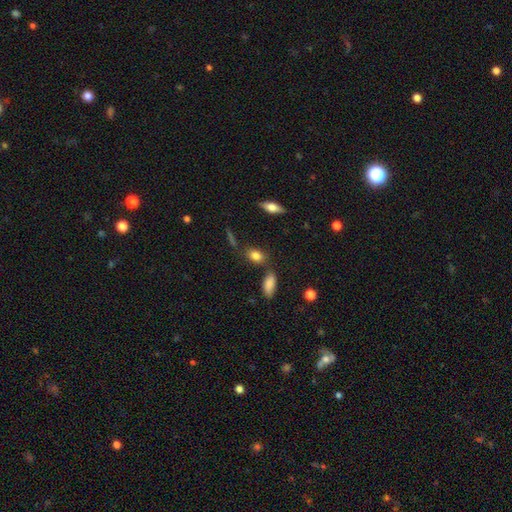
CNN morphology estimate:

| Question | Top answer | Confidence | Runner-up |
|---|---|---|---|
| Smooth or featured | smooth | 82% | star or artifact (10%) |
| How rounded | in between | 75% | round (21%) |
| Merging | none | 68% | minor disturbance (15%) |